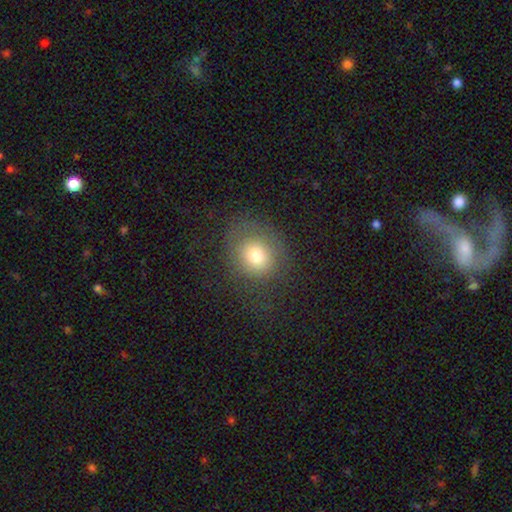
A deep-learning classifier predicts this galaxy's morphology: smooth 74%, featured or disk 14%, star or artifact 12%. Down the decision tree: how rounded — round (72%); merging — none (70%).